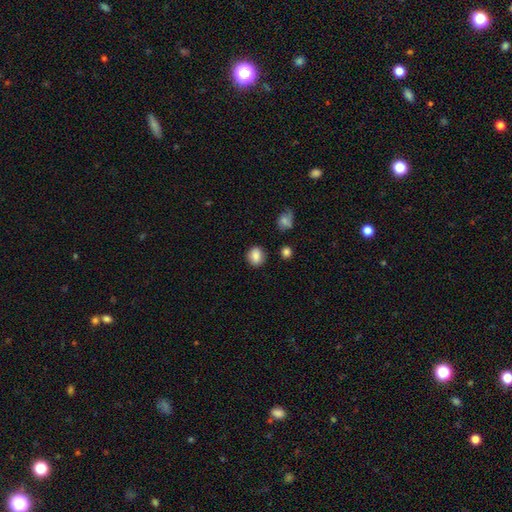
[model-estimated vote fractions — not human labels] This appears to be a smooth galaxy with no disk features (84%) that is round (72%). Merging: none (84%).